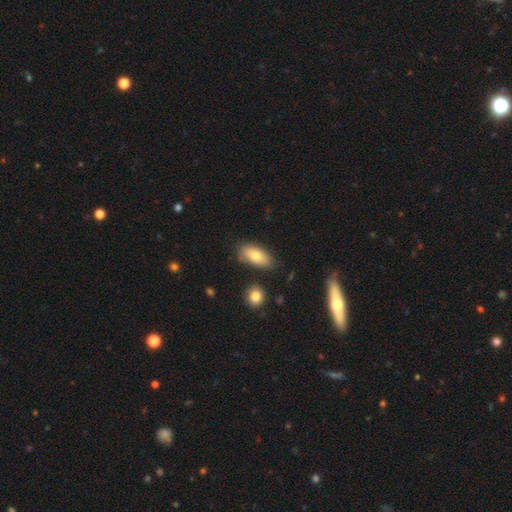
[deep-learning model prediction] smooth_or_featured: smooth (p=0.75) [alt: featured or disk p=0.18]
how_rounded: in between (p=0.86) [alt: cigar-shaped p=0.11]
merging: none (p=0.80) [alt: minor disturbance p=0.14]